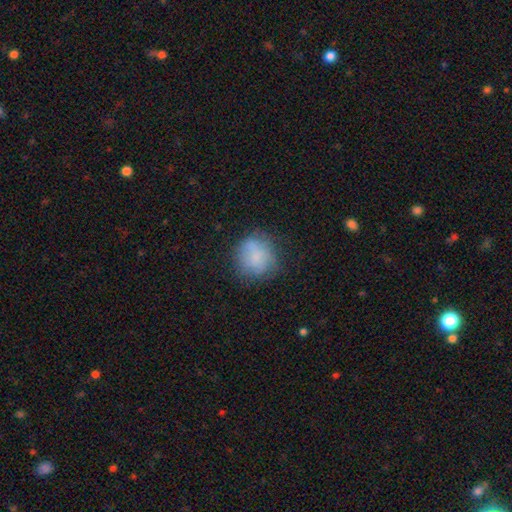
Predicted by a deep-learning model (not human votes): smooth-or-featured: smooth: 71% | featured or disk: 19% | star or artifact: 10%
  how-rounded: round: 83% | in between: 16% | cigar-shaped: 1%
  merging: none: 65% | minor disturbance: 23% | major disturbance: 10% | merger: 3%